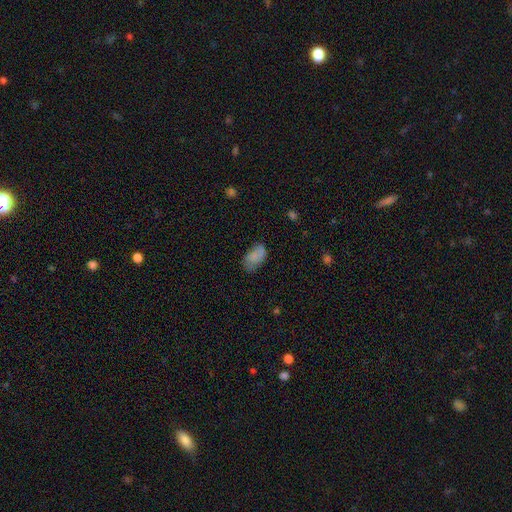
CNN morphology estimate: This appears to be a smooth galaxy with no disk features (73%) that is in between round and cigar-shaped (93%). Merging: none (53%).